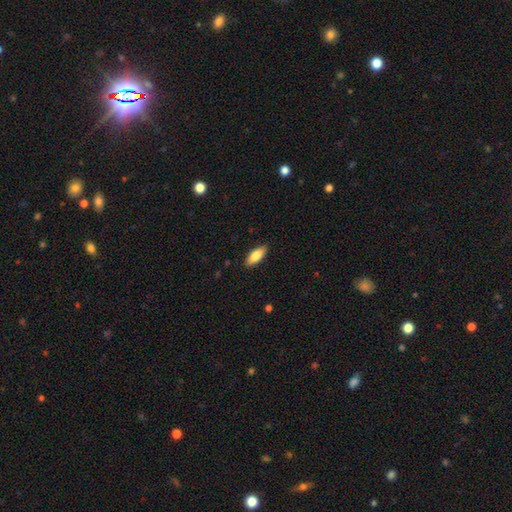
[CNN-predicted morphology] smooth_or_featured: smooth (p=0.79) [alt: featured or disk p=0.15]
how_rounded: in between (p=0.77) [alt: cigar-shaped p=0.21]
merging: none (p=0.87) [alt: minor disturbance p=0.10]